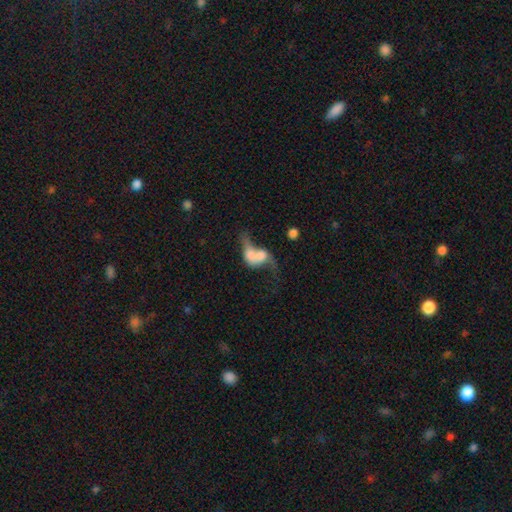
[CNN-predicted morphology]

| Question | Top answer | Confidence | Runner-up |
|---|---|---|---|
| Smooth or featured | featured or disk | 48% | smooth (43%) |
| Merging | merger | 65% | major disturbance (18%) |